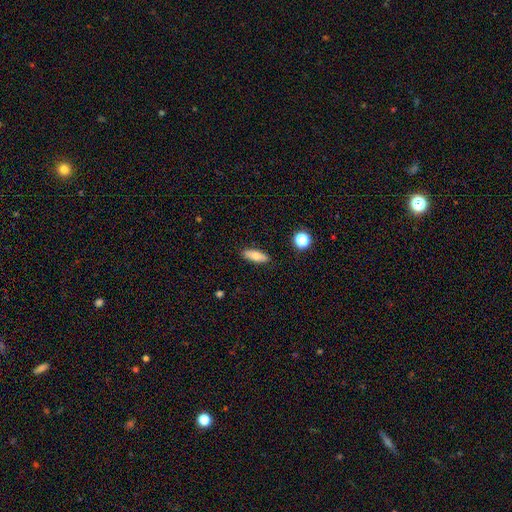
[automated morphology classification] smooth_or_featured: smooth (p=0.70) [alt: featured or disk p=0.23]
how_rounded: in between (p=0.60) [alt: cigar-shaped p=0.36]
merging: none (p=0.88) [alt: minor disturbance p=0.09]